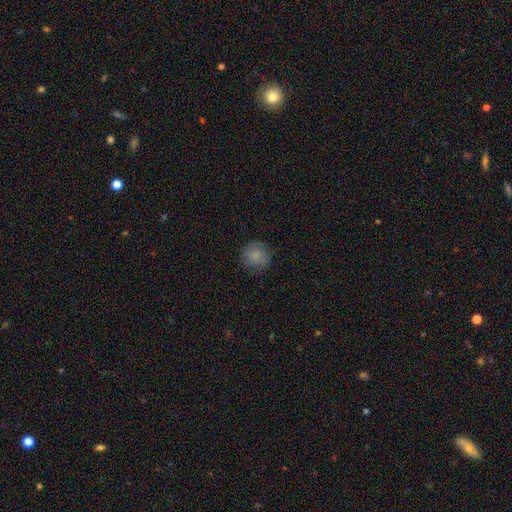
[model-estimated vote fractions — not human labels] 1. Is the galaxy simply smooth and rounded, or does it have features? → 84% smooth, 9% star or artifact, 7% featured or disk.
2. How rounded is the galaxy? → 93% round, 6% in between, 1% cigar-shaped.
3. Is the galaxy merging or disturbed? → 84% none, 12% minor disturbance, 3% major disturbance, 1% merger.